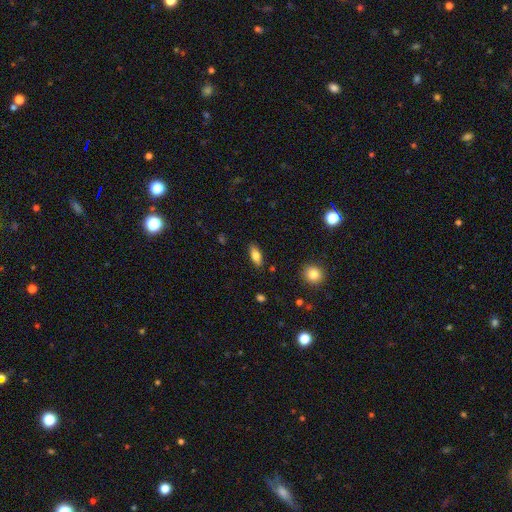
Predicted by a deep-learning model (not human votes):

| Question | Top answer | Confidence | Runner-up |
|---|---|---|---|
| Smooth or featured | smooth | 80% | featured or disk (12%) |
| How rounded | in between | 81% | cigar-shaped (16%) |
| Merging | none | 87% | minor disturbance (10%) |